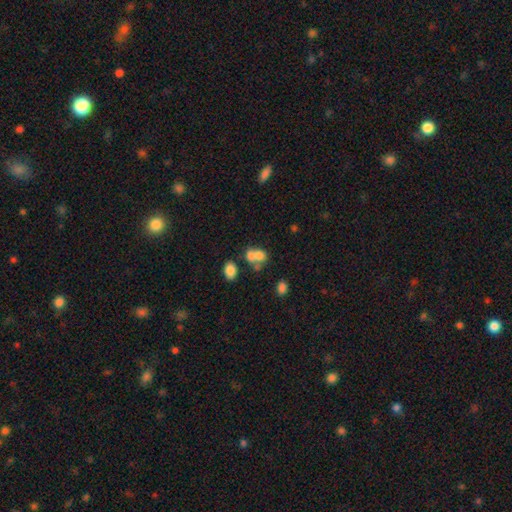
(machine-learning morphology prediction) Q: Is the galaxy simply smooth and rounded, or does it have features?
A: smooth — 70%.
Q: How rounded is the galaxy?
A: in between — 54%.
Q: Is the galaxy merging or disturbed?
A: merger — 59%.